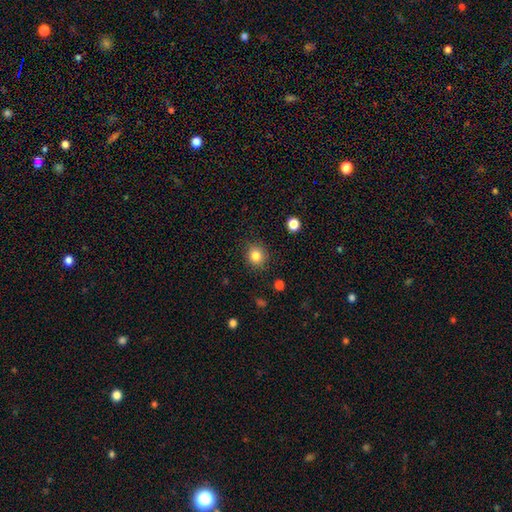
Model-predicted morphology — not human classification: smooth_or_featured: smooth (p=0.83) [alt: star or artifact p=0.11]
how_rounded: round (p=0.85) [alt: in between p=0.14]
merging: none (p=0.88) [alt: minor disturbance p=0.08]